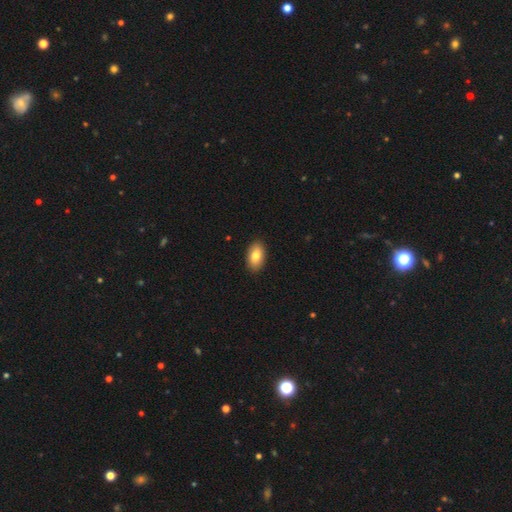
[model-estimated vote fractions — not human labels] Smooth or featured?
  - smooth: 81% *
  - featured or disk: 12%
  - star or artifact: 7%
How rounded?
  - in between: 93% *
  - round: 5%
  - cigar-shaped: 2%
Merging?
  - none: 90% *
  - minor disturbance: 7%
  - major disturbance: 2%
  - merger: 1%